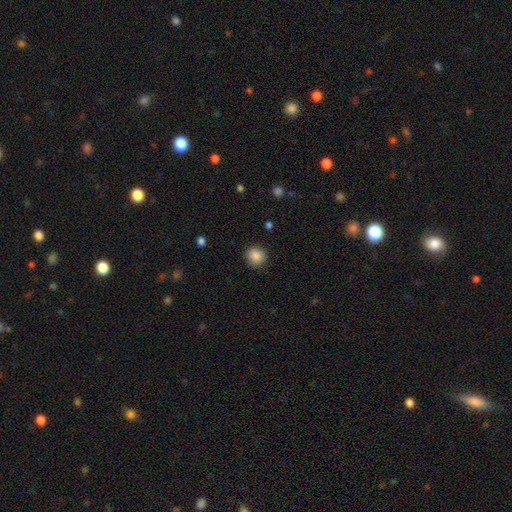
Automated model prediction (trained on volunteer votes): Q: Smooth or featured?
A: smooth (87%); runner-up: star or artifact (9%)
Q: How rounded?
A: round (90%); runner-up: in between (9%)
Q: Merging?
A: none (88%); runner-up: minor disturbance (8%)